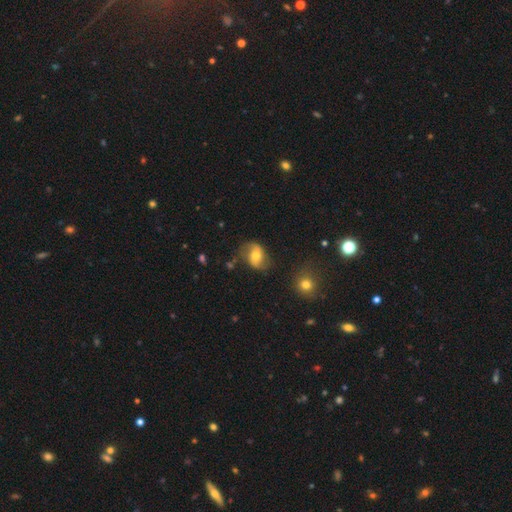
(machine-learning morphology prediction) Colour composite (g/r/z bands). It shows a featured or disk galaxy (49%). Merging: none (63%).